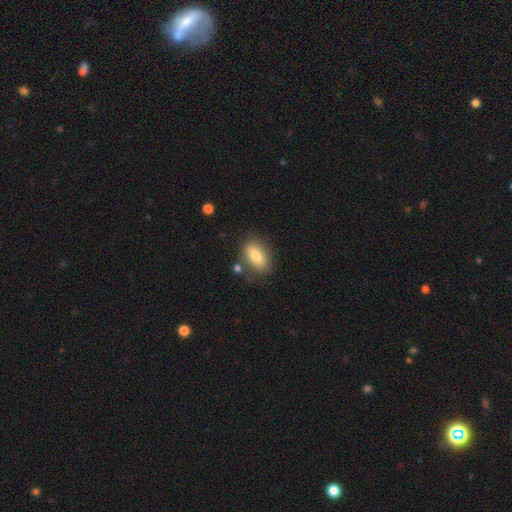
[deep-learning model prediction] A smooth galaxy with no disk features (75%) that is in between round and cigar-shaped (86%).

Vote fractions:
- Smooth or featured? smooth: 75% / featured or disk: 18% / star or artifact: 7%
- How rounded? in between: 86% / round: 8% / cigar-shaped: 7%
- Merging? none: 77% / minor disturbance: 14% / merger: 5% / major disturbance: 4%